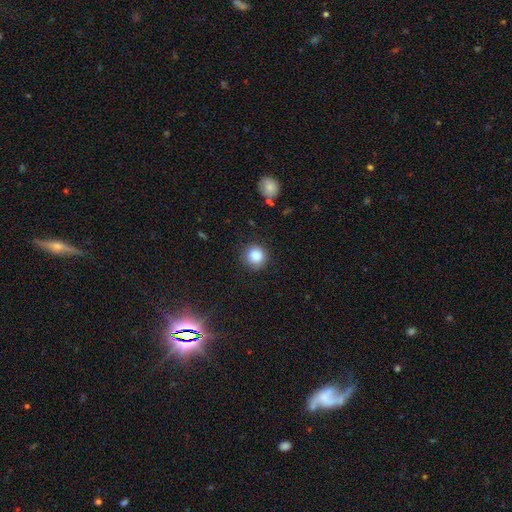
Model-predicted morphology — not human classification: Smooth or featured? smooth (86%)
How rounded? round (90%)
Merging? none (85%)